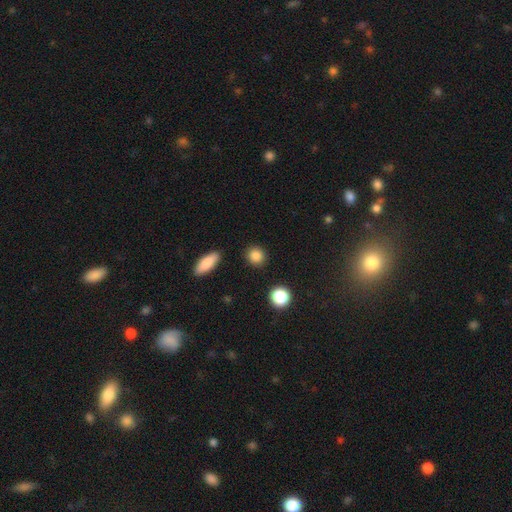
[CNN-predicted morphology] type=smooth (87%); roundness=round (85%); merging=none (89%).